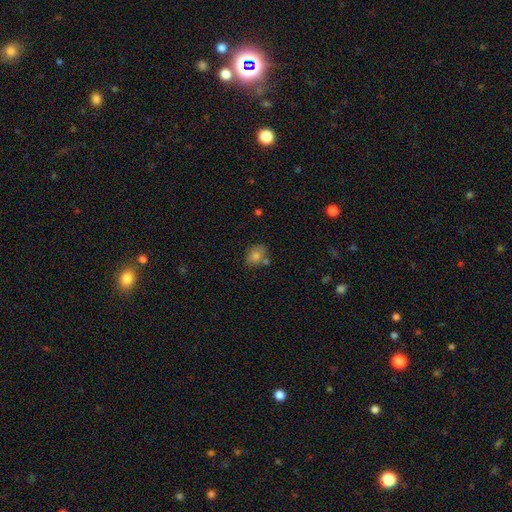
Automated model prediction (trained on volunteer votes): The model was most divided on "how rounded": in between: 61%, round: 38%, cigar-shaped: 1%. More confident: smooth or featured — smooth (79%); merging — none (68%).